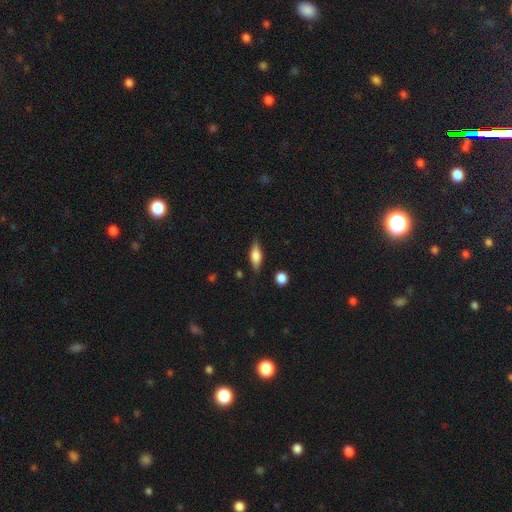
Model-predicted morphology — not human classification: The model was most divided on "smooth or featured": smooth: 55%, featured or disk: 38%, star or artifact: 8%. More confident: merging — none (81%); how rounded — in between (63%).